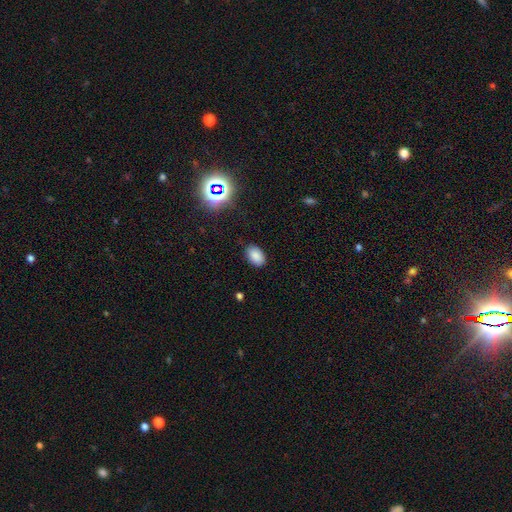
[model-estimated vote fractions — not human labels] The model was most divided on "smooth or featured": smooth: 84%, star or artifact: 12%, featured or disk: 5%. More confident: how rounded — in between (89%); merging — none (85%).